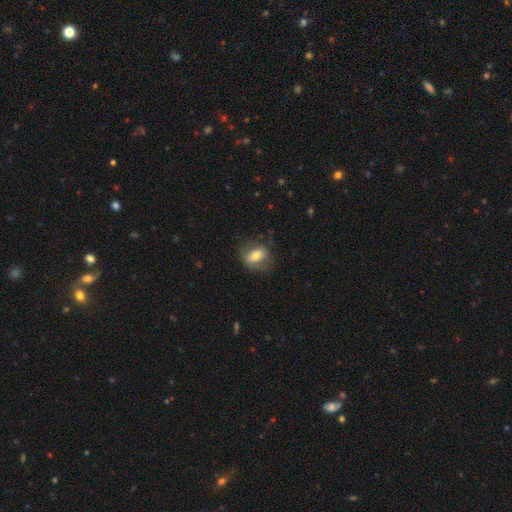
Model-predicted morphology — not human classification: This is possibly a smooth galaxy (60%). How rounded: likely in between (64%). Merging: likely none (67%).